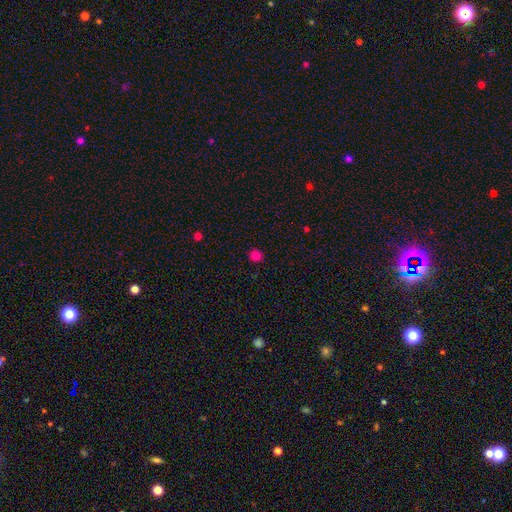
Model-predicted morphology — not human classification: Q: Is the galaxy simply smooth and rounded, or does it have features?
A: smooth — 81%.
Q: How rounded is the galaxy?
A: round — 89%.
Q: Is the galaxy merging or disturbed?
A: none — 91%.